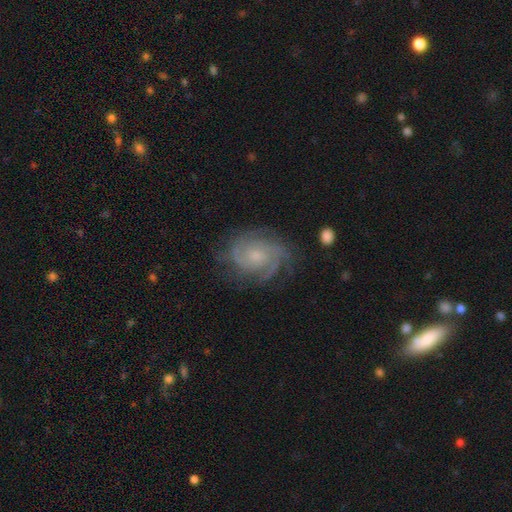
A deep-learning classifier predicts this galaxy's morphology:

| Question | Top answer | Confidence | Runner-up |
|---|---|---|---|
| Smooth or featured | featured or disk | 85% | smooth (9%) |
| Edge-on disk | no | 98% | yes (2%) |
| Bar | no | 71% | weak (25%) |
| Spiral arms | yes | 97% | no (3%) |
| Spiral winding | tight | 58% | medium (34%) |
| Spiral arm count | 3 | 28% | 2 (27%) |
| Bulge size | small | 61% | moderate (31%) |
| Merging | none | 73% | minor disturbance (18%) |